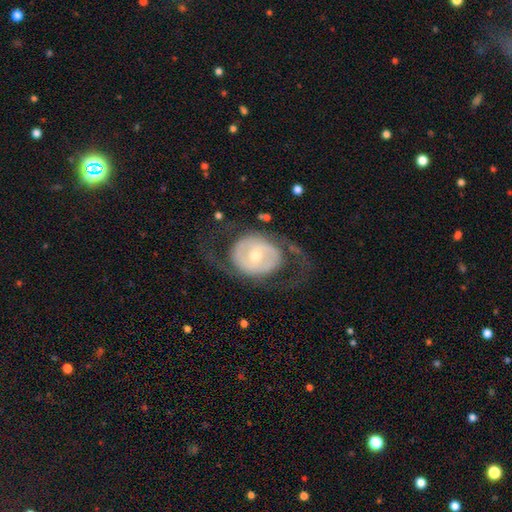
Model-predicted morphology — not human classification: This appears to be a featured or disk galaxy (74%) with no bar (59%), spiral arms (63%) and a moderate central bulge (50%). Merging: none (59%).